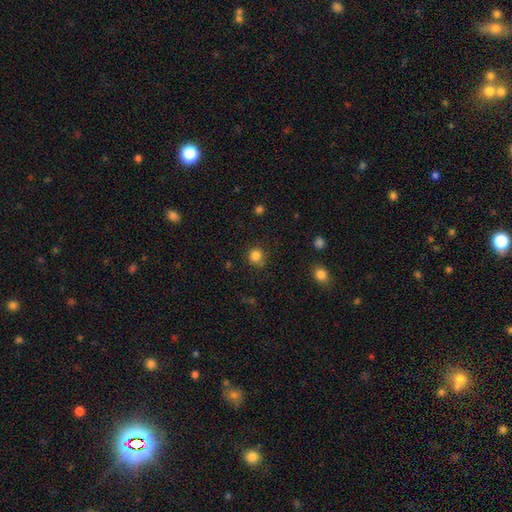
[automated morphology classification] A smooth galaxy with no disk features (83%) that is round (91%). Merging: none (81%).